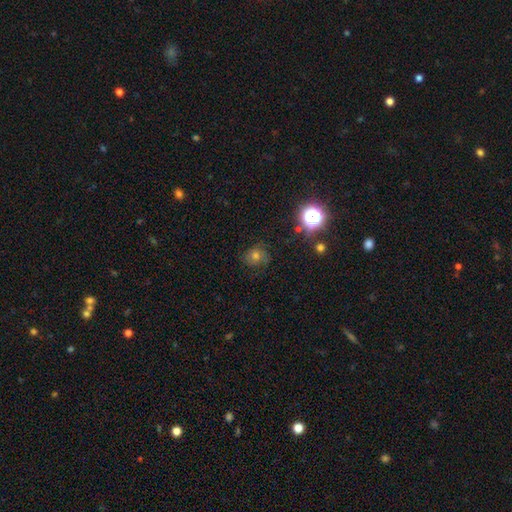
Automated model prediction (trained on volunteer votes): The model was most divided on "smooth or featured": smooth: 43%, star or artifact: 30%, featured or disk: 26%. More confident: merging — none (77%).